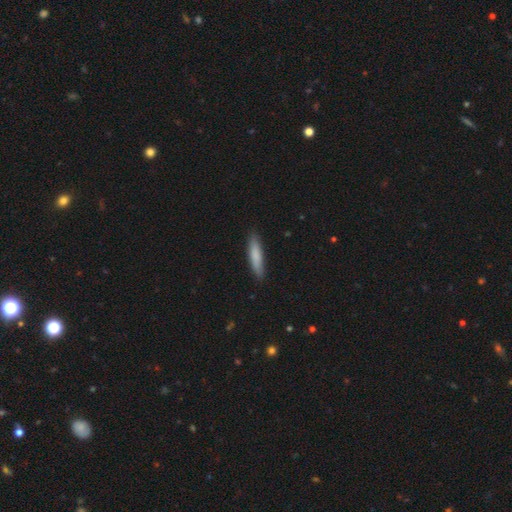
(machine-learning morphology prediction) type=smooth (80%); roundness=cigar-shaped (85%); merging=none (87%).